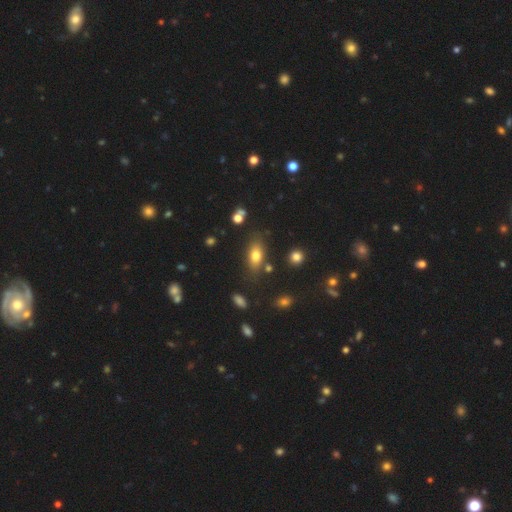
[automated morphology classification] The model was most divided on "smooth or featured": smooth: 75%, featured or disk: 14%, star or artifact: 11%. More confident: how rounded — in between (81%); merging — none (75%).